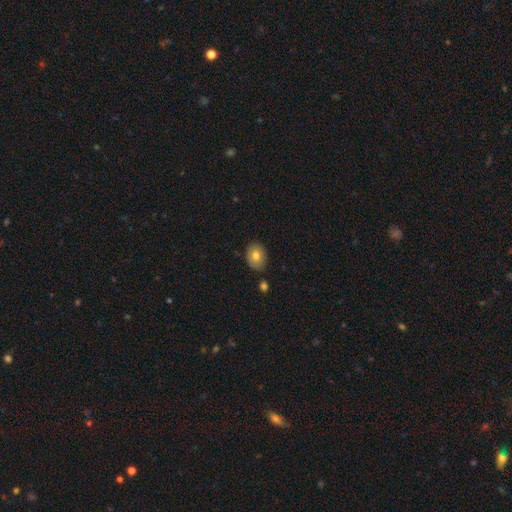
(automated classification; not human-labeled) This is likely a smooth galaxy (77%). How rounded: likely in between (63%). Merging: clearly none (83%).